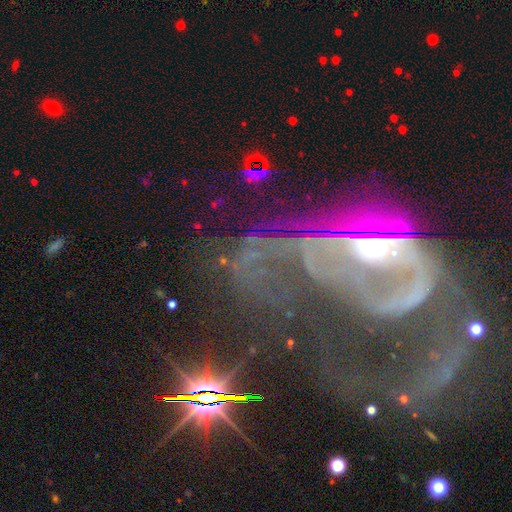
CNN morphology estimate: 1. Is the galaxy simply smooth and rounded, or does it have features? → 72% featured or disk, 18% star or artifact, 10% smooth.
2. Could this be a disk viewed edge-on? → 93% no, 7% yes.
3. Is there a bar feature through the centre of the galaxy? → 44% no, 31% weak, 26% strong.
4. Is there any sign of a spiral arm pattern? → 68% yes, 32% no.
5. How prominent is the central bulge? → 52% moderate, 33% small, 7% large, 5% none, 3% dominant.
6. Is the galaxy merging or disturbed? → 50% major disturbance, 22% none, 16% merger, 12% minor disturbance.